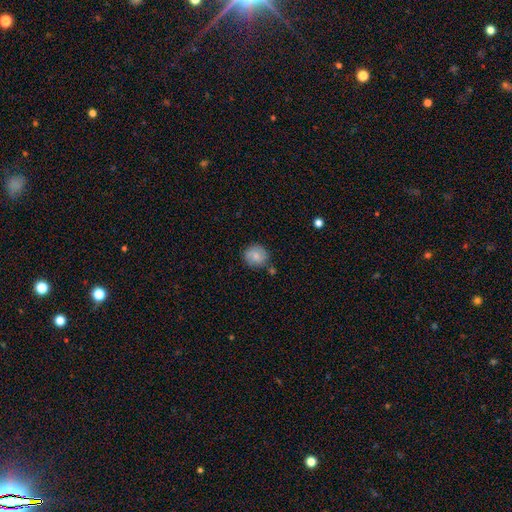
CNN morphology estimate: smooth-or-featured: smooth: 78% | featured or disk: 14% | star or artifact: 8%
  how-rounded: round: 88% | in between: 11% | cigar-shaped: 1%
  merging: none: 75% | minor disturbance: 15% | merger: 6% | major disturbance: 3%